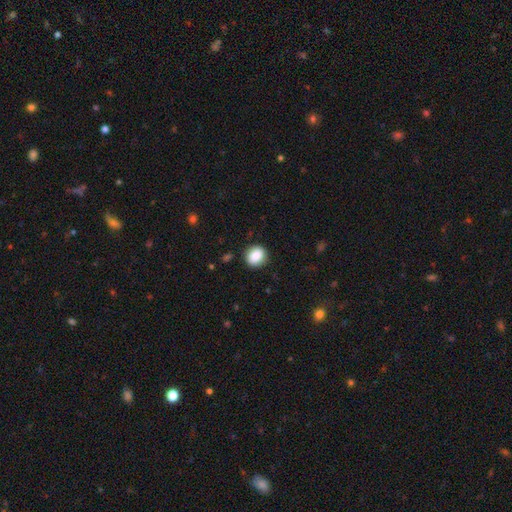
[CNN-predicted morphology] Smooth or featured? smooth (88%)
How rounded? round (72%)
Merging? none (87%)